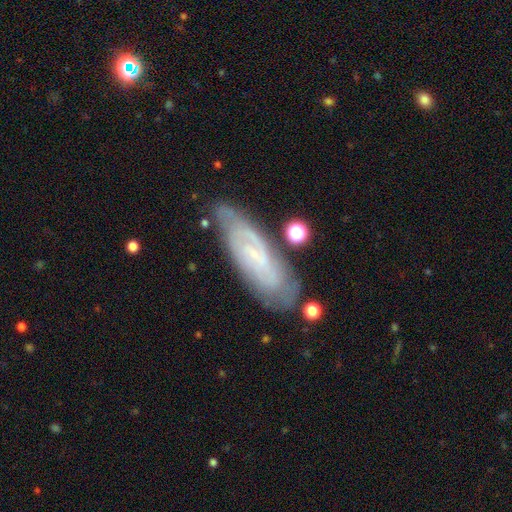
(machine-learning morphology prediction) smooth-or-featured: featured or disk: 72% | smooth: 21% | star or artifact: 7%
  disk-edge-on: no: 85% | yes: 15%
    bar: no: 46% | weak: 40% | strong: 13%
    has-spiral-arms: yes: 89% | no: 11%
      spiral-winding: tight: 61% | medium: 30% | loose: 9%
      spiral-arm-count: can't tell: 44% | 2: 38% | 3: 8% | 4: 4% | 1: 4% | more than 4: 3%
    bulge-size: small: 70% | none: 18% | moderate: 10% | large: 1% | dominant: 1%
  merging: none: 72% | minor disturbance: 19% | major disturbance: 6% | merger: 4%